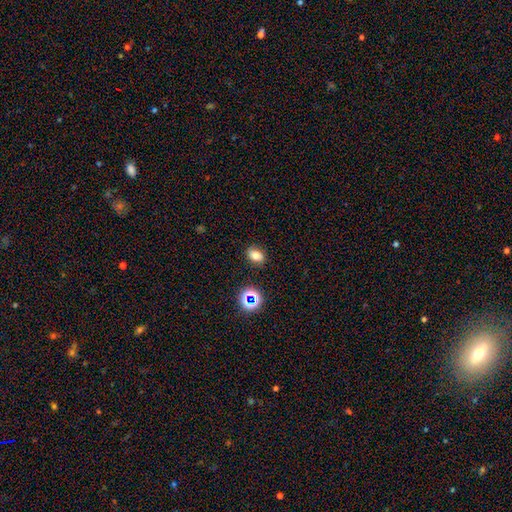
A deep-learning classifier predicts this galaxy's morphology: A smooth galaxy with no disk features (72%) that is in between round and cigar-shaped (74%).

Vote fractions:
- Smooth or featured? smooth: 72% / star or artifact: 17% / featured or disk: 11%
- How rounded? in between: 74% / round: 24% / cigar-shaped: 2%
- Merging? none: 85% / minor disturbance: 10% / major disturbance: 3% / merger: 2%